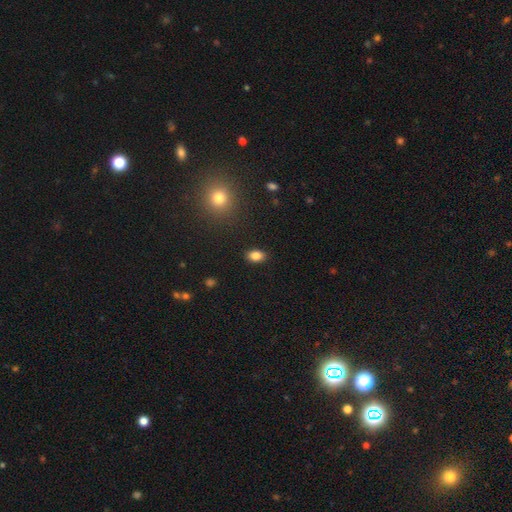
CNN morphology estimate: Smooth or featured: smooth — 85% (star or artifact — 10%)
How rounded: in between — 80% (round — 18%)
Merging: none — 88% (minor disturbance — 8%)